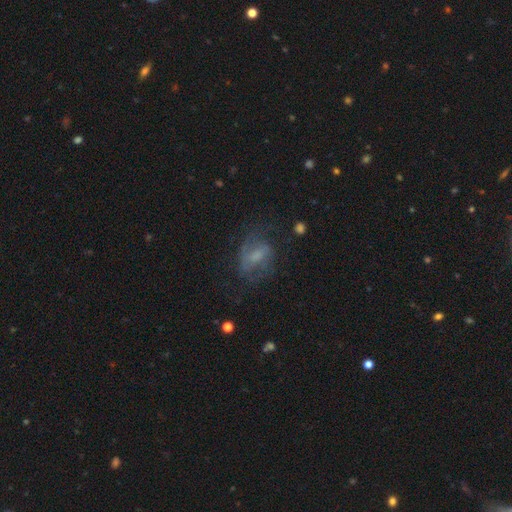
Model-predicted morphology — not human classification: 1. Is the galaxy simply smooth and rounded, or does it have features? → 56% featured or disk, 32% smooth, 12% star or artifact.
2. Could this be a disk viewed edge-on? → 96% no, 4% yes.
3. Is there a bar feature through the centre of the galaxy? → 48% weak, 34% no, 18% strong.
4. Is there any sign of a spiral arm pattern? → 74% yes, 26% no.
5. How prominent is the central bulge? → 33% small (tied), 33% moderate (tied), 25% none, 7% large, 2% dominant.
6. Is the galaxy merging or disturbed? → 55% none, 22% minor disturbance, 21% major disturbance, 2% merger.